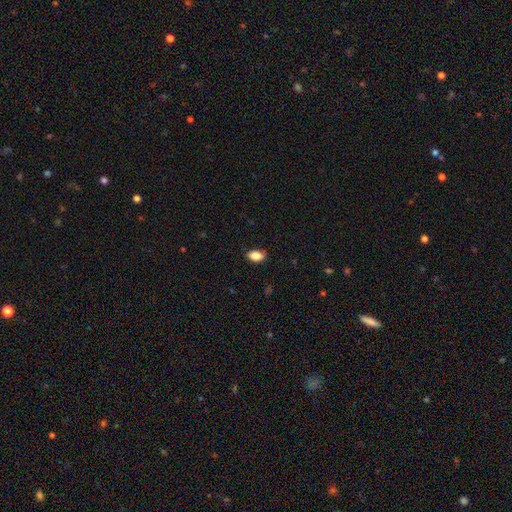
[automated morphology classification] Smooth or featured? Predicted: smooth (p=0.85). How rounded? Predicted: in between (p=0.89). Merging? Predicted: none (p=0.81).